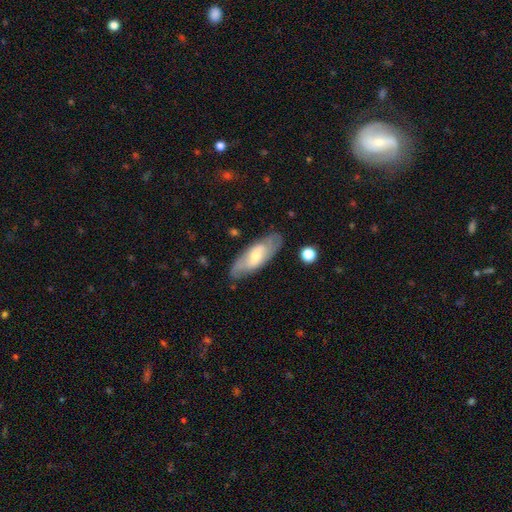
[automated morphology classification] Overall: featured or disk (59%; smooth 35%). Edge-on disk: no (81%). Merging: none (78%).